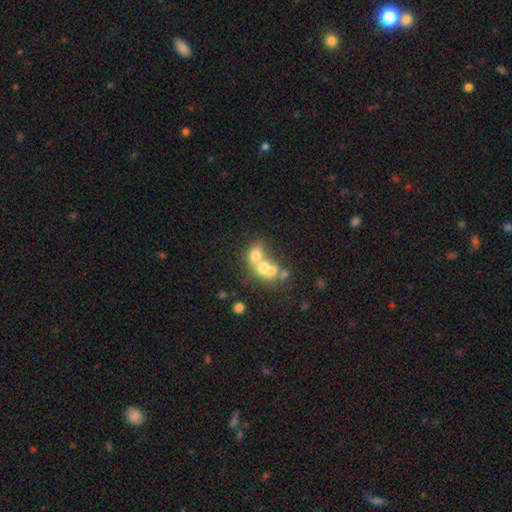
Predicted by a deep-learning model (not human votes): smooth 61%, featured or disk 26%, star or artifact 12%. Down the decision tree: how rounded — round (51%); merging — merger (68%).